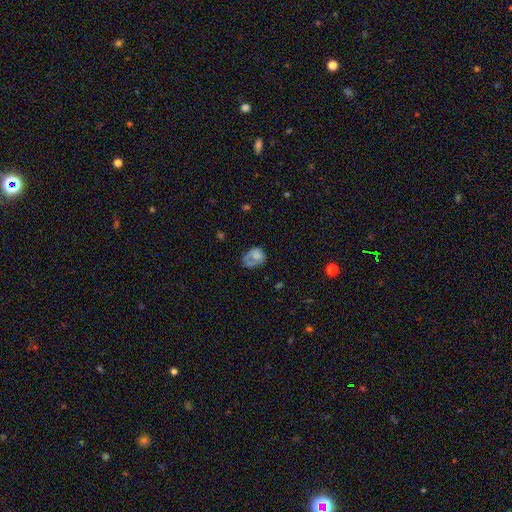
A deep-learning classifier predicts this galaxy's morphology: smooth-or-featured: smooth: 61% | featured or disk: 28% | star or artifact: 11%
  how-rounded: in between: 58% | round: 41% | cigar-shaped: 1%
  merging: none: 33% | major disturbance: 30% | minor disturbance: 27% | merger: 10%